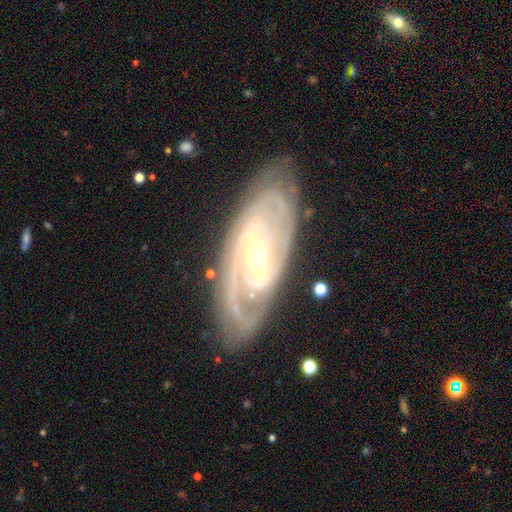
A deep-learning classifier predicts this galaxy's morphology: Overall: featured or disk (88%). Edge-on disk: no (92%). Bar: no (46%; weak 36%). Spiral arms: yes (96%). Spiral arm count: 2 (46%; can't tell 23%). Spiral winding: tight (65%; medium 30%). Bulge size: small (65%; moderate 32%). Merging: none (80%).